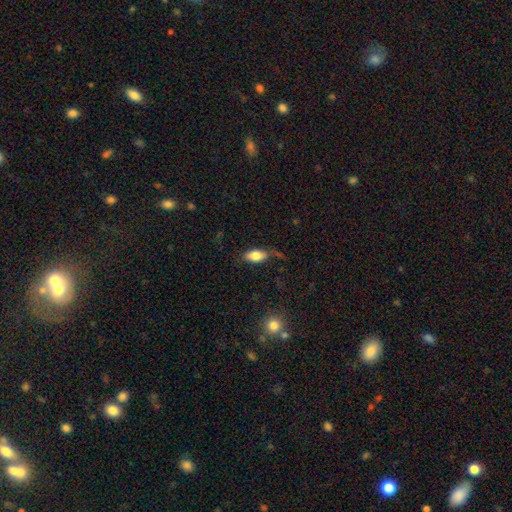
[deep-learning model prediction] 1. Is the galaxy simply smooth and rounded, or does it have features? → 79% smooth, 13% featured or disk, 7% star or artifact.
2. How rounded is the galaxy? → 90% in between, 6% cigar-shaped, 5% round.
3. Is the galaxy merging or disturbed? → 62% none, 24% minor disturbance, 10% major disturbance, 4% merger.